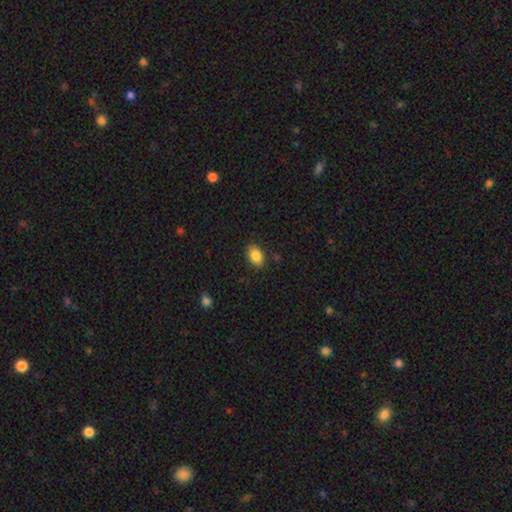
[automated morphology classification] Smooth or featured? smooth (87%)
How rounded? in between (83%)
Merging? none (85%)